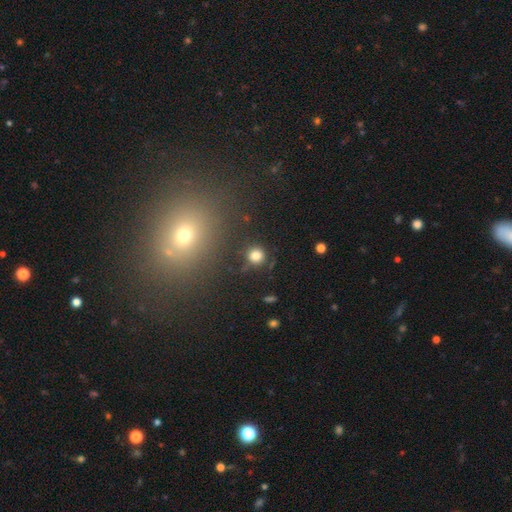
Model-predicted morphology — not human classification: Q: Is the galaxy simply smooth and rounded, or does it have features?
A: smooth — 81%.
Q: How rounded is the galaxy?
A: round — 92%.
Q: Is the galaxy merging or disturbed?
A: none — 82%.